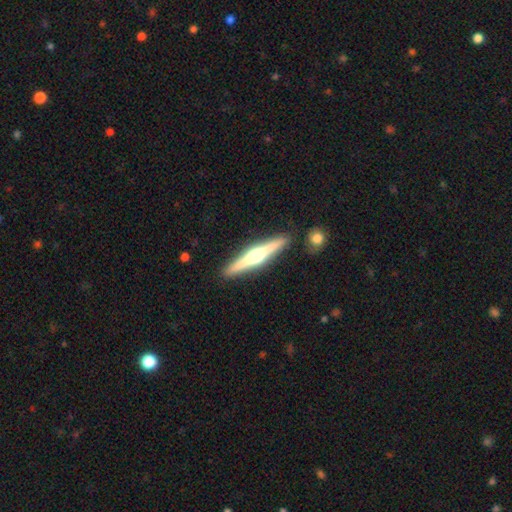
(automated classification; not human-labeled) Q: Smooth or featured?
A: featured or disk (74%); runner-up: smooth (21%)
Q: Edge-on disk?
A: yes (98%); runner-up: no (2%)
Q: Edge-on bulge?
A: rounded (93%); runner-up: boxy (4%)
Q: Merging?
A: none (89%); runner-up: minor disturbance (7%)